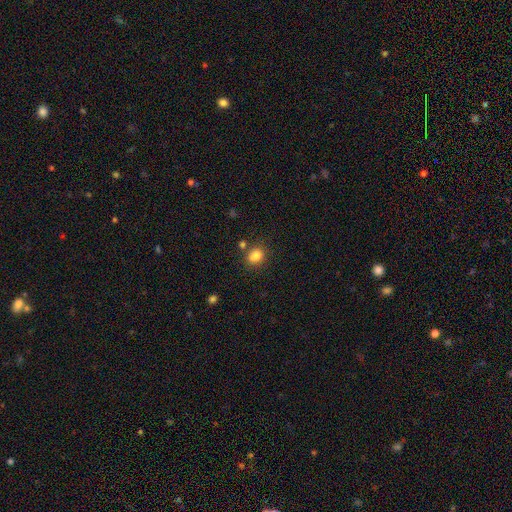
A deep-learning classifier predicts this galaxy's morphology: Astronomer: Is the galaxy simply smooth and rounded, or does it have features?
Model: smooth — 83%.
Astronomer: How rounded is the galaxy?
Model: round — 52% (runner-up: in between, 47%).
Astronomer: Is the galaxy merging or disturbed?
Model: none — 76%.